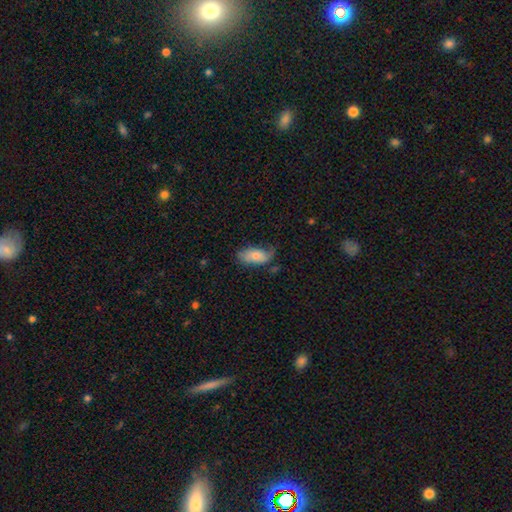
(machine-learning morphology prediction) The model was most divided on "merging": none: 48%, minor disturbance: 34%, major disturbance: 15%, merger: 3%. More confident: how rounded — in between (91%); smooth or featured — smooth (65%).